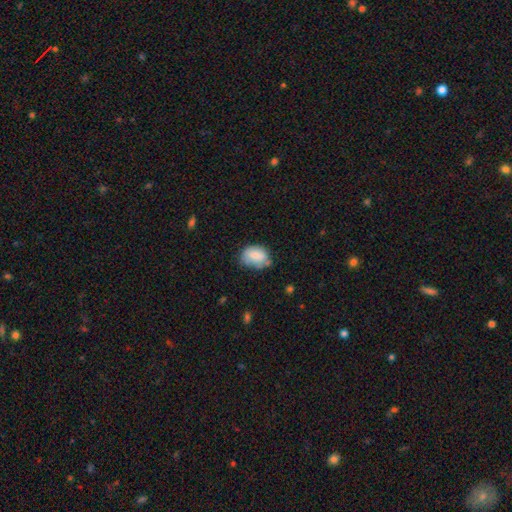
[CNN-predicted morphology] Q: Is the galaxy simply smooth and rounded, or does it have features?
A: smooth — 80%.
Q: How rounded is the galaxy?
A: in between — 77%.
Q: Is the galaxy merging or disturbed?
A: none — 52%.